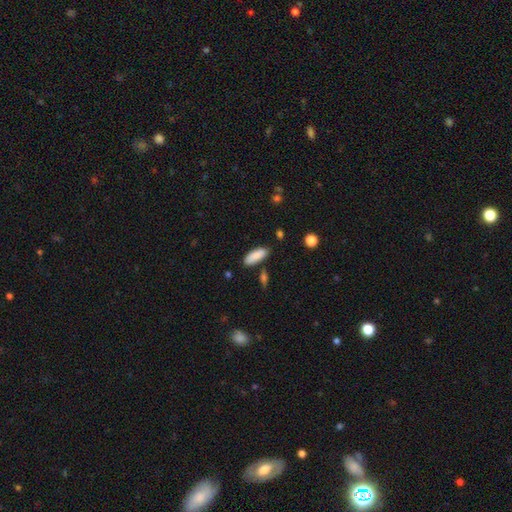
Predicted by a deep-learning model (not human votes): A smooth galaxy with no disk features (88%) that is in between round and cigar-shaped (70%). Merging: none (80%).